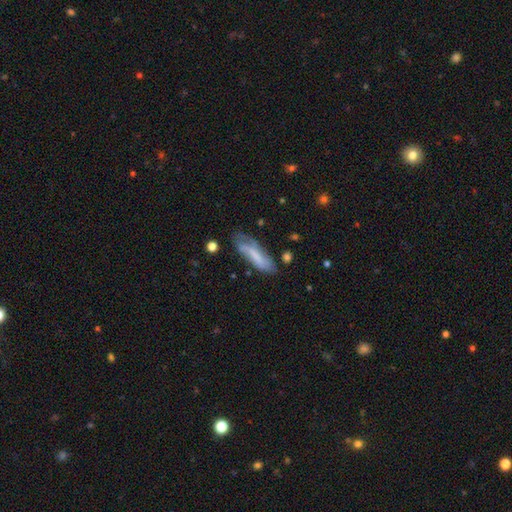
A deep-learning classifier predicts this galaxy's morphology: A smooth galaxy with no disk features (52%) that is cigar-shaped (57%).

Vote fractions:
- Smooth or featured? smooth: 52% / featured or disk: 40% / star or artifact: 8%
- How rounded? cigar-shaped: 57% / in between: 42% / round: 2%
- Merging? none: 51% / minor disturbance: 30% / major disturbance: 15% / merger: 4%